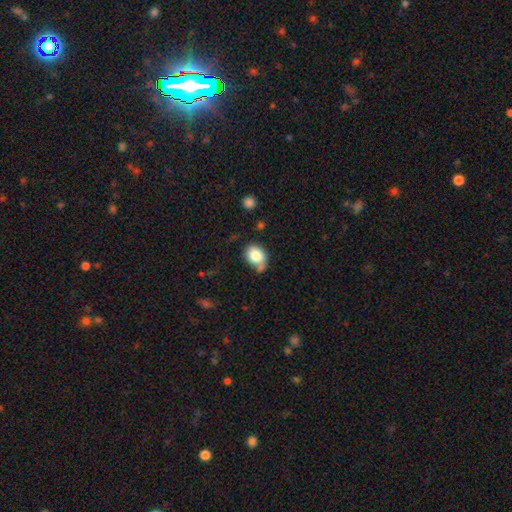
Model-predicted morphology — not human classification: smooth-or-featured: smooth: 81% | featured or disk: 10% | star or artifact: 9%
  how-rounded: in between: 54% | round: 45% | cigar-shaped: 1%
  merging: none: 57% | minor disturbance: 23% | merger: 13% | major disturbance: 6%